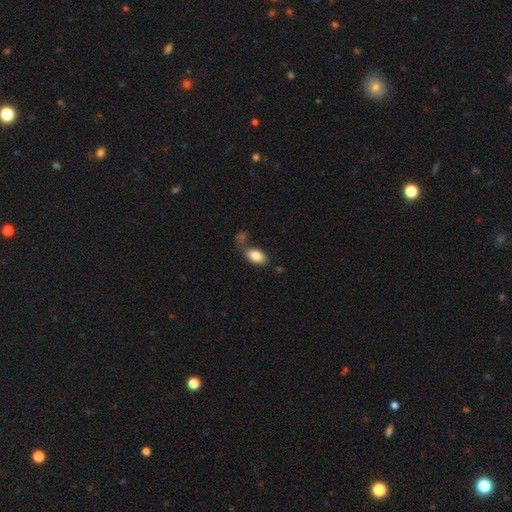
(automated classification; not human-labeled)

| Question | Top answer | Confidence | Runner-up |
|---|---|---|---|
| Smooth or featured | smooth | 85% | featured or disk (9%) |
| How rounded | in between | 92% | round (6%) |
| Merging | none | 56% | merger (21%) |